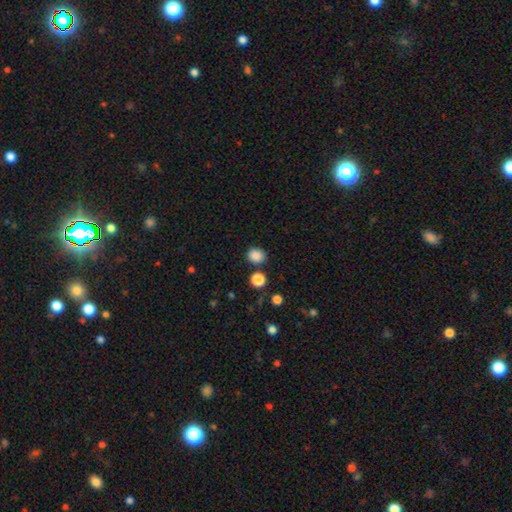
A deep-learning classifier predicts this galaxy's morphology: smooth 86%, star or artifact 11%, featured or disk 3%. Down the decision tree: how rounded — round (74%); merging — none (84%).